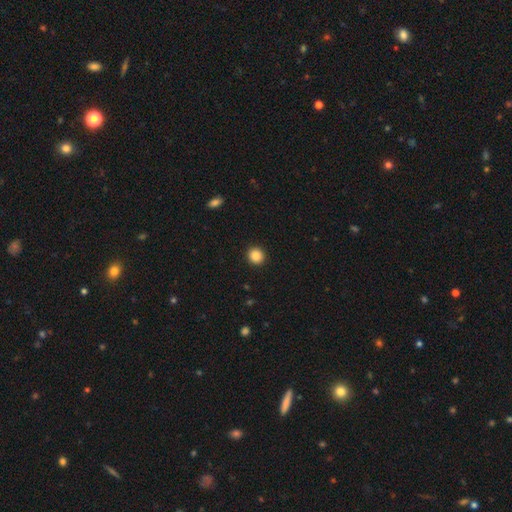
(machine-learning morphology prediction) type=smooth (88%); roundness=round (90%); merging=none (93%).